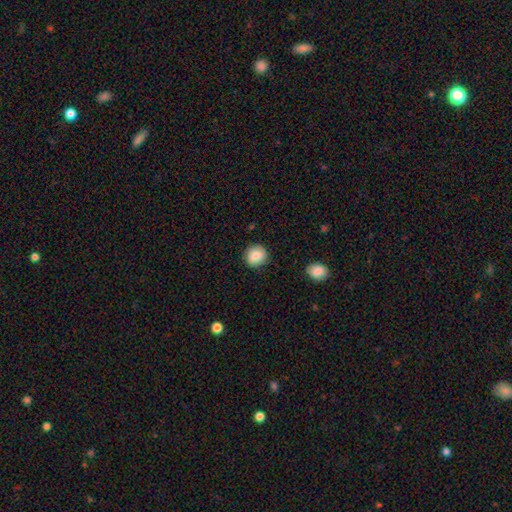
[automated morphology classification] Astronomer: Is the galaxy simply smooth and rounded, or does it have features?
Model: smooth — 84%.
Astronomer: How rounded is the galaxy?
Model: round — 87%.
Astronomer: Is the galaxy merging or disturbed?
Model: none — 87%.